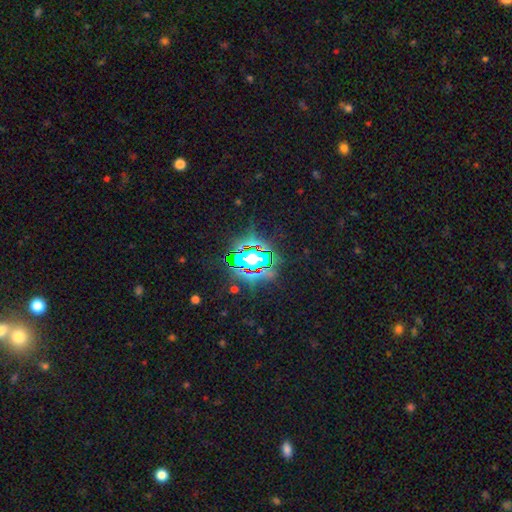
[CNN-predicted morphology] Smooth or featured? Predicted: star or artifact (p=0.74).